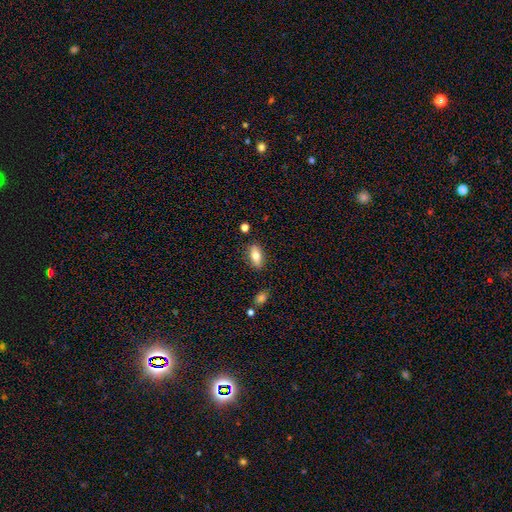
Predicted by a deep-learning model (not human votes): The model was most divided on "smooth or featured": smooth: 76%, featured or disk: 16%, star or artifact: 7%. More confident: merging — none (84%); how rounded — in between (83%).